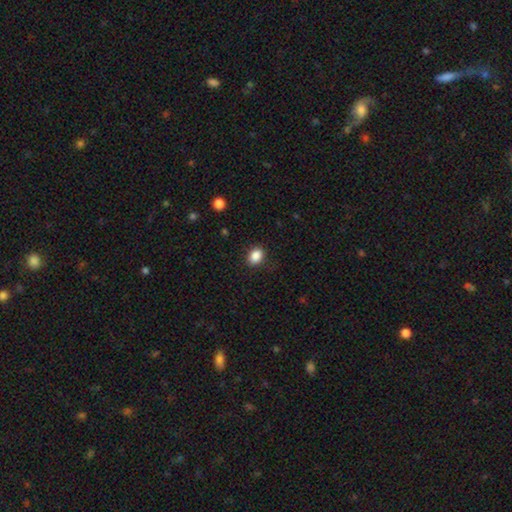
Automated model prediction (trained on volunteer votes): Smooth or featured?
  - smooth: 87% *
  - star or artifact: 9%
  - featured or disk: 4%
How rounded?
  - in between: 63% *
  - round: 36%
  - cigar-shaped: 1%
Merging?
  - none: 84% *
  - minor disturbance: 11%
  - major disturbance: 3%
  - merger: 1%